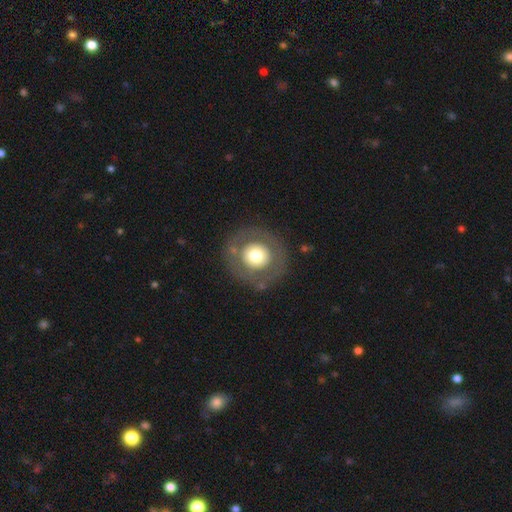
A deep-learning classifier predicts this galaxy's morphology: A smooth galaxy with no disk features (59%) that is round (94%). Merging: none (83%).